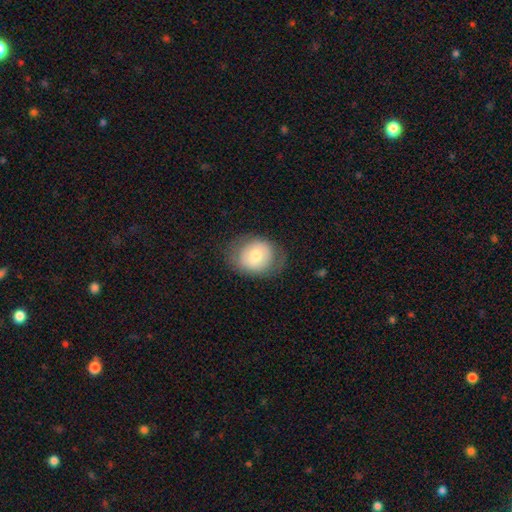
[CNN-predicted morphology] Smooth or featured? Predicted: smooth (p=0.67). How rounded? Predicted: round (p=0.61). Merging? Predicted: none (p=0.72).